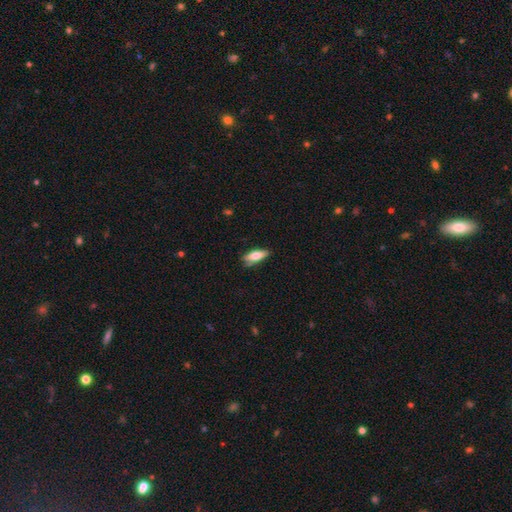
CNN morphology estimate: This is likely a smooth galaxy (66%). How rounded: likely in between (62%). Merging: likely none (71%).